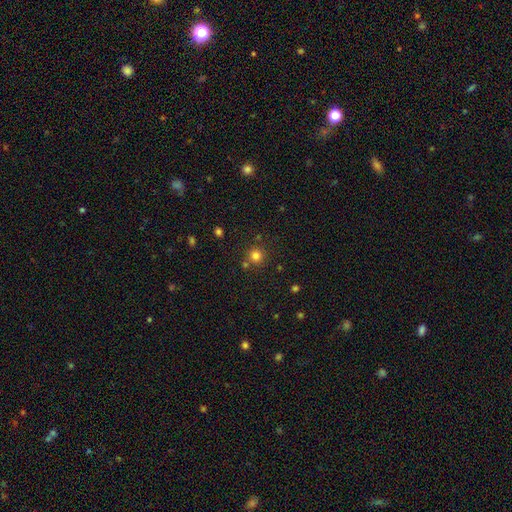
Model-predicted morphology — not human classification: smooth_or_featured: smooth (p=0.79) [alt: star or artifact p=0.15]
how_rounded: round (p=0.94) [alt: in between p=0.05]
merging: none (p=0.79) [alt: merger p=0.10]